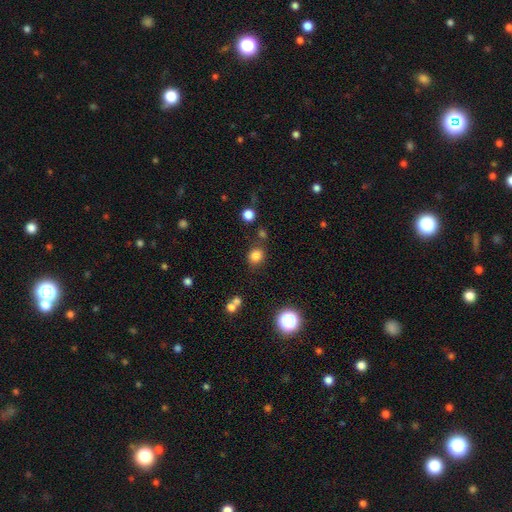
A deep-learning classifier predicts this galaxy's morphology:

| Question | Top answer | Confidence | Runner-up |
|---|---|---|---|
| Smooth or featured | smooth | 81% | star or artifact (14%) |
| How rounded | round | 78% | in between (21%) |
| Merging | none | 80% | minor disturbance (10%) |